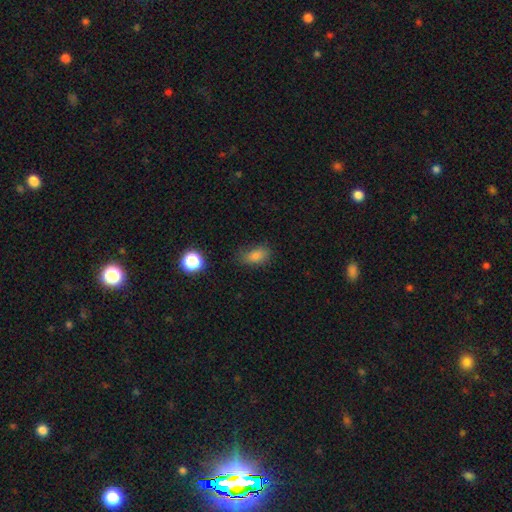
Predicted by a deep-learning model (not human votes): Smooth or featured? smooth (81%)
How rounded? in between (83%)
Merging? none (68%)